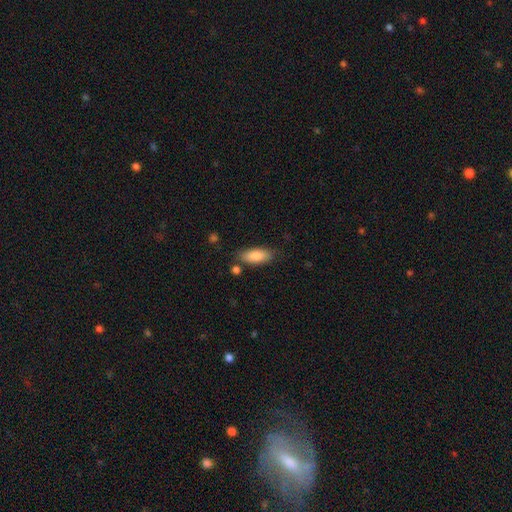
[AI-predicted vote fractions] Morphology: type=smooth (84%); roundness=in between (76%); merging=none (79%).